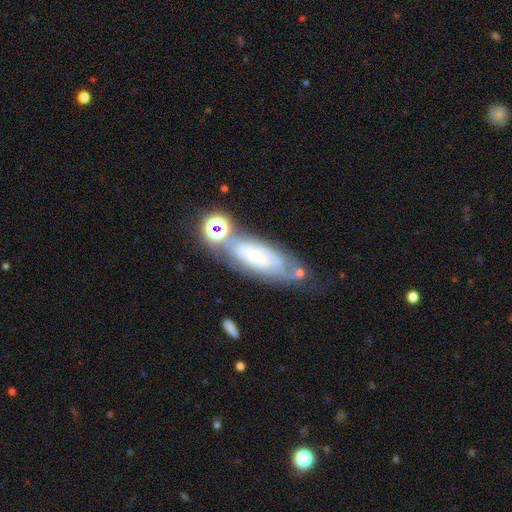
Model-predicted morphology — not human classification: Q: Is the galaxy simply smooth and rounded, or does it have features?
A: featured or disk — 48%.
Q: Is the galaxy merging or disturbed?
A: none — 49%.